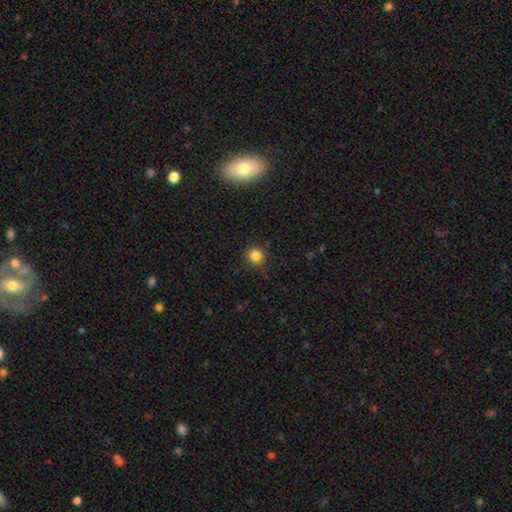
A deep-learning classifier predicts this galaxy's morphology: smooth_or_featured: smooth (p=0.83) [alt: star or artifact p=0.12]
how_rounded: round (p=0.92) [alt: in between p=0.07]
merging: none (p=0.88) [alt: minor disturbance p=0.08]